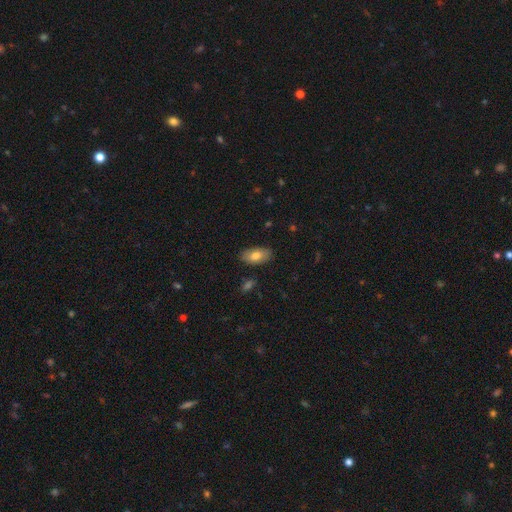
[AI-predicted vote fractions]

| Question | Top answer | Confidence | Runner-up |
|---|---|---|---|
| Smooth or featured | smooth | 77% | featured or disk (16%) |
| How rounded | in between | 94% | round (3%) |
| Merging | none | 84% | minor disturbance (12%) |